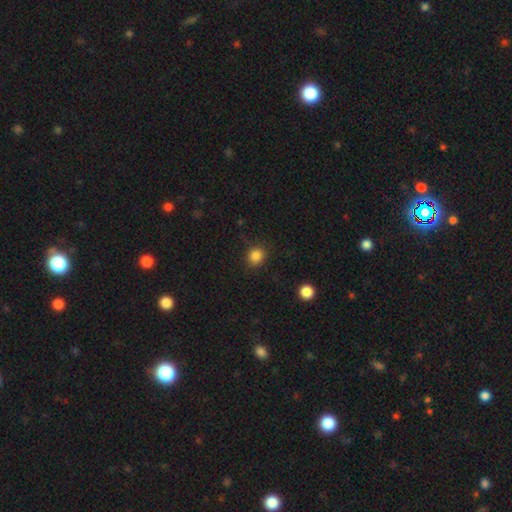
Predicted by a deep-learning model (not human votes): Morphology: type=smooth (84%); roundness=round (80%); merging=none (84%).